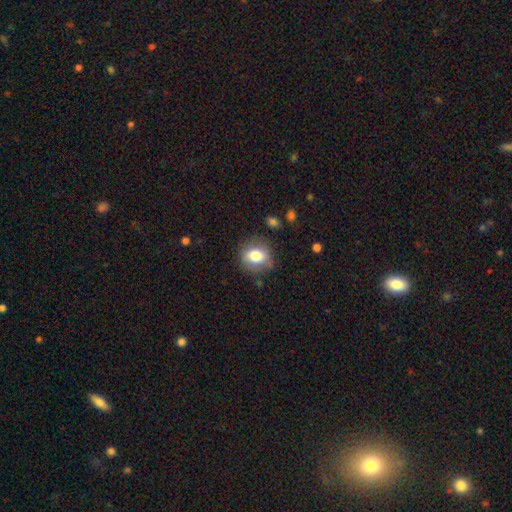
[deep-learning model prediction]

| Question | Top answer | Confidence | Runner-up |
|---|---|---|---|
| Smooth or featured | smooth | 77% | featured or disk (14%) |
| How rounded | round | 69% | in between (30%) |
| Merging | none | 79% | minor disturbance (15%) |